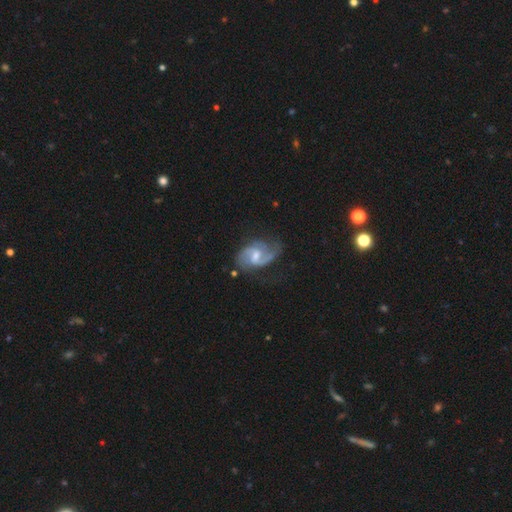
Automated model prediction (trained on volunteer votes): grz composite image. It shows a featured or disk galaxy (87%) with a weak bar (63%), 2 (87%) medium (54%) spiral arms (97%) and a moderate central bulge (50%). Merging: none (64%).